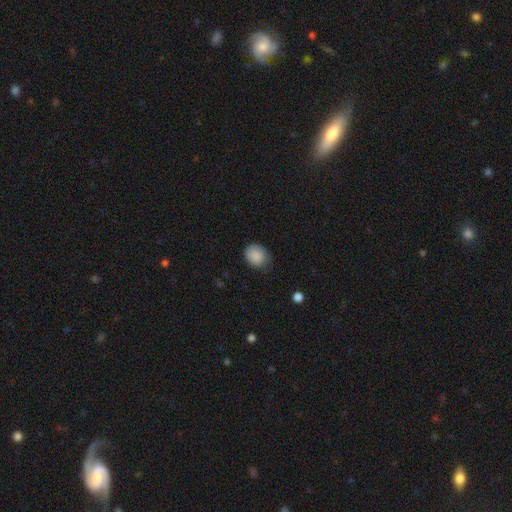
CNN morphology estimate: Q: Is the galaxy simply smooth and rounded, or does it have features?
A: smooth — 87%.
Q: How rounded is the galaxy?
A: round — 55%.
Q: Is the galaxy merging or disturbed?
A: none — 61%.